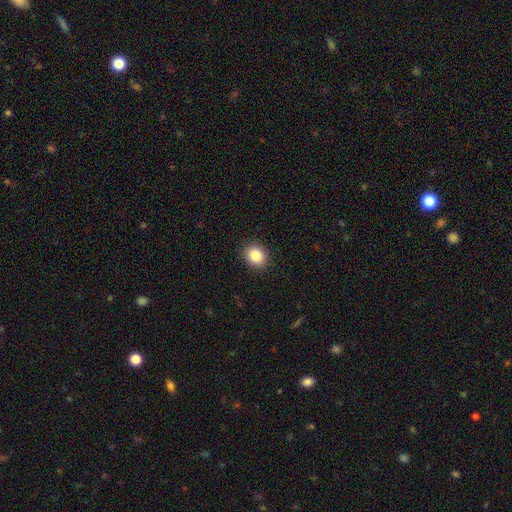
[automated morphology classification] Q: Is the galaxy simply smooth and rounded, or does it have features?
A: smooth — 85%.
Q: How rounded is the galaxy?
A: round — 66%.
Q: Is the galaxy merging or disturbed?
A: none — 90%.